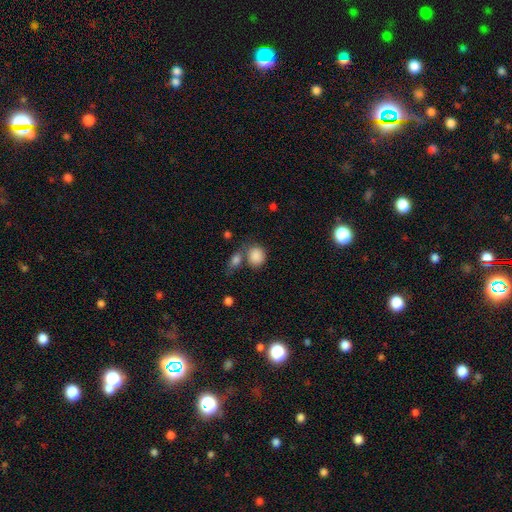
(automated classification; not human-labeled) smooth_or_featured: smooth (p=0.87) [alt: star or artifact p=0.08]
how_rounded: round (p=0.67) [alt: in between p=0.32]
merging: none (p=0.53) [alt: merger p=0.27]